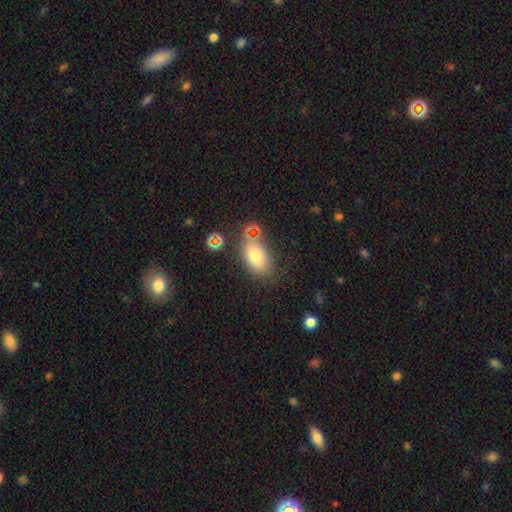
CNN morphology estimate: This is likely a smooth galaxy (72%). How rounded: clearly in between (85%). Merging: likely none (75%).